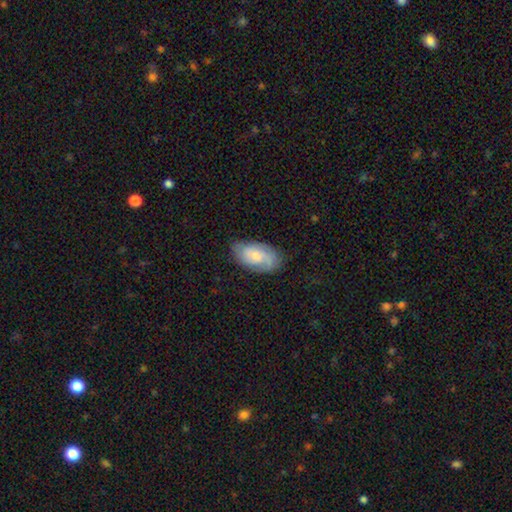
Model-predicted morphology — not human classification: This appears to be a featured or disk galaxy (50%). Merging: none (75%).